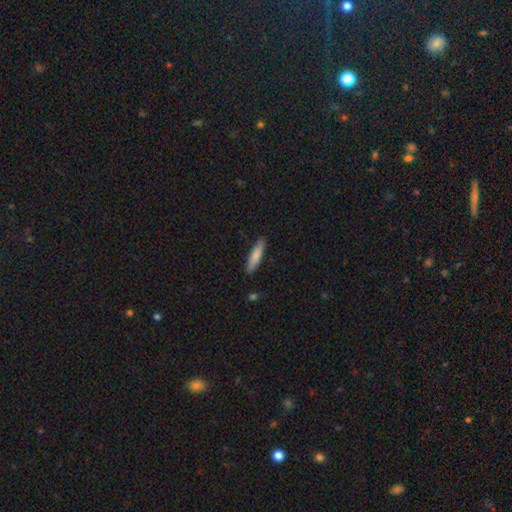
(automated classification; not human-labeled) A smooth galaxy with no disk features (80%) that is cigar-shaped (81%).

Vote fractions:
- Smooth or featured? smooth: 80% / featured or disk: 14% / star or artifact: 5%
- How rounded? cigar-shaped: 81% / in between: 18% / round: 1%
- Merging? none: 88% / minor disturbance: 9% / major disturbance: 2% / merger: 1%